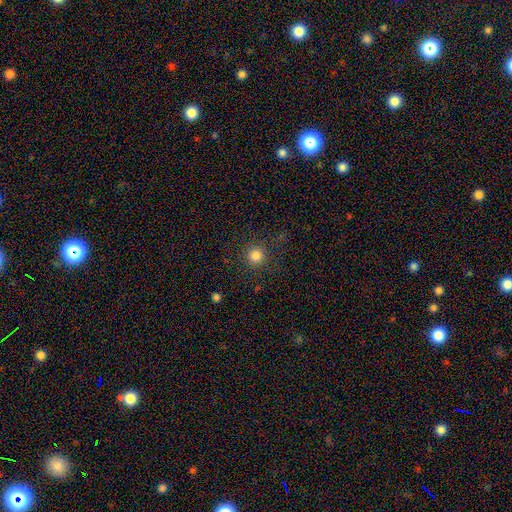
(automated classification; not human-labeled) smooth 83%, star or artifact 12%, featured or disk 5%. Down the decision tree: how rounded — round (95%); merging — none (88%).